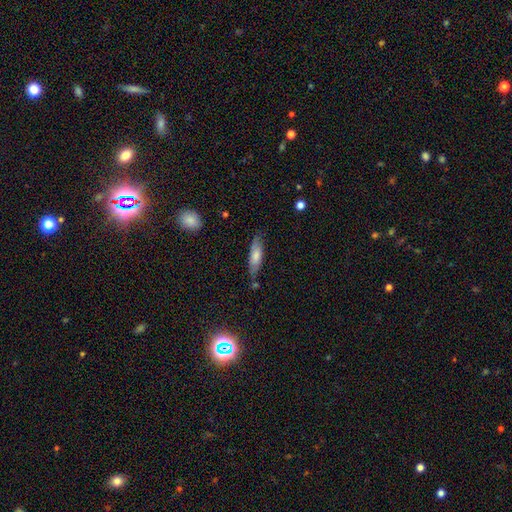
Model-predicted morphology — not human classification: This is likely a smooth galaxy (67%). How rounded: possibly cigar-shaped (56%). Merging: likely none (71%).